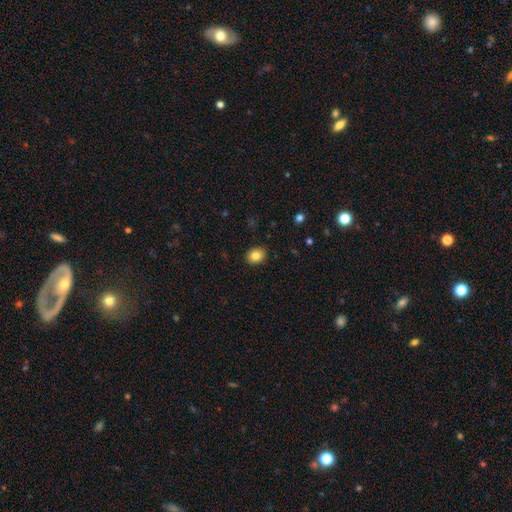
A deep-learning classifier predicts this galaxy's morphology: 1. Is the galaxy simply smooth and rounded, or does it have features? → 83% smooth, 9% star or artifact, 7% featured or disk.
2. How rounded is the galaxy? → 54% round, 45% in between, 1% cigar-shaped.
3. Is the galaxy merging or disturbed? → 90% none, 7% minor disturbance, 2% major disturbance, 1% merger.